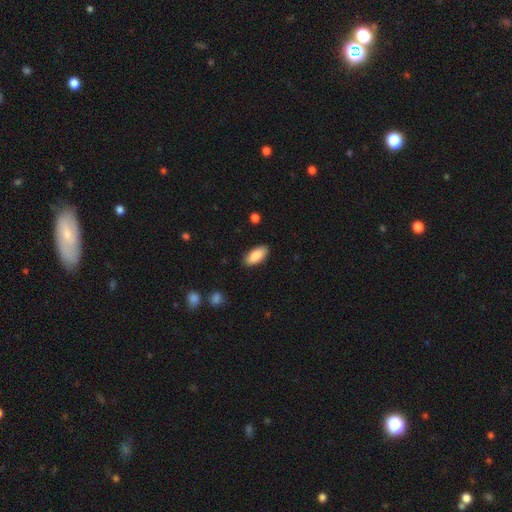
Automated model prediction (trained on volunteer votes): smooth_or_featured: smooth (p=0.88) [alt: star or artifact p=0.06]
how_rounded: in between (p=0.89) [alt: cigar-shaped p=0.10]
merging: none (p=0.87) [alt: minor disturbance p=0.10]